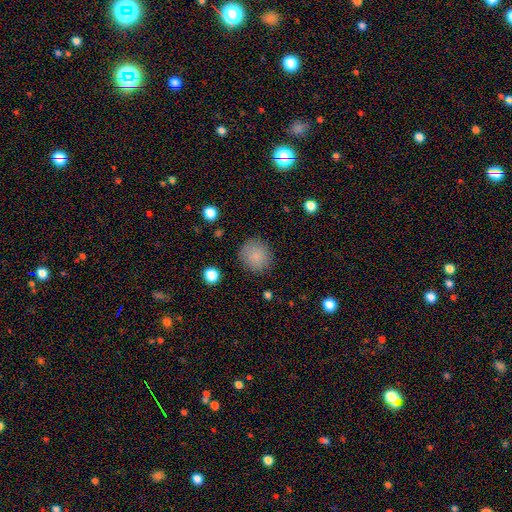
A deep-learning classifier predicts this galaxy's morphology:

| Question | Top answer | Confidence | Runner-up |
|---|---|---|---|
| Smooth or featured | smooth | 84% | star or artifact (9%) |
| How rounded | round | 85% | in between (14%) |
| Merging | none | 86% | minor disturbance (10%) |